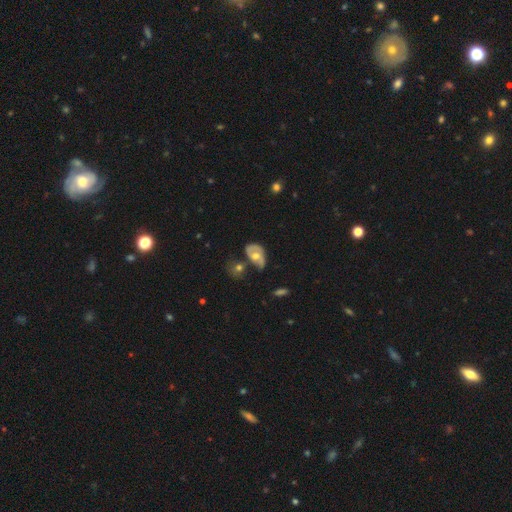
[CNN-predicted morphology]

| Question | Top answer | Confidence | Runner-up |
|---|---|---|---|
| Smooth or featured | featured or disk | 57% | smooth (37%) |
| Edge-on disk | no | 94% | yes (6%) |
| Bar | no | 73% | weak (21%) |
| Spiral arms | yes | 58% | no (42%) |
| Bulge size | moderate | 73% | small (12%) |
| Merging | none | 38% | minor disturbance (27%) |